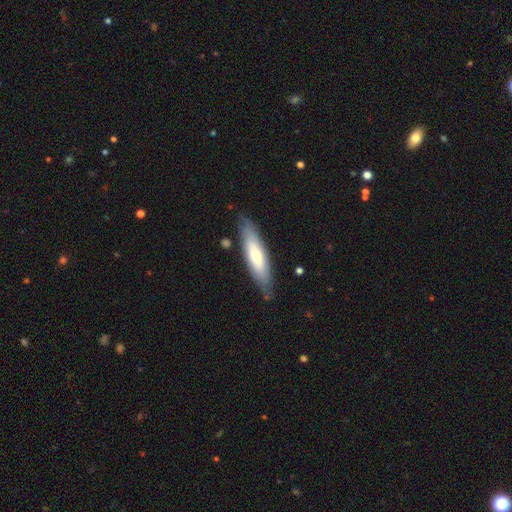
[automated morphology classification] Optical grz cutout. It shows a smooth galaxy with no disk features (53%) that is cigar-shaped (60%). Merging: none (80%).